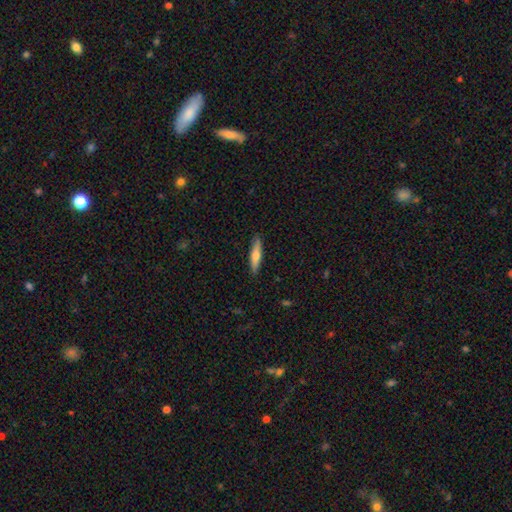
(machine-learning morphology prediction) A smooth galaxy with no disk features (61%) that is cigar-shaped (82%).

Vote fractions:
- Smooth or featured? smooth: 61% / featured or disk: 33% / star or artifact: 6%
- How rounded? cigar-shaped: 82% / in between: 16% / round: 2%
- Merging? none: 90% / minor disturbance: 8% / major disturbance: 2% / merger: 1%